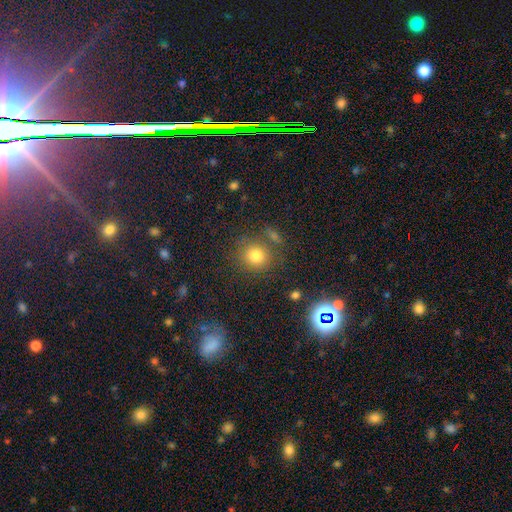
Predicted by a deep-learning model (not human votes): A smooth galaxy with no disk features (77%) that is round (86%). Merging: none (77%).